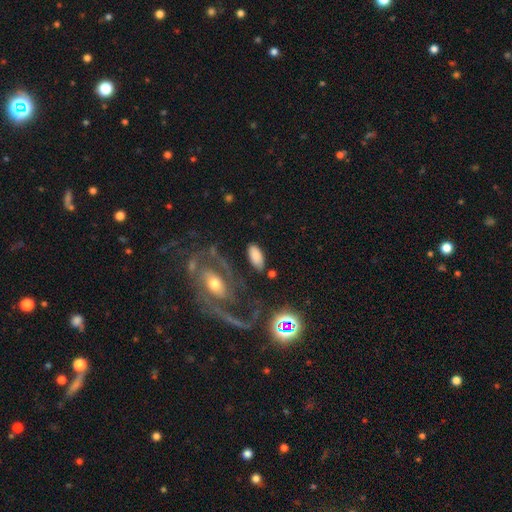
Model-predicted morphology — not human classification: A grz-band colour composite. It shows a smooth galaxy with no disk features (77%) that is in between round and cigar-shaped (90%). Merging: none (72%).